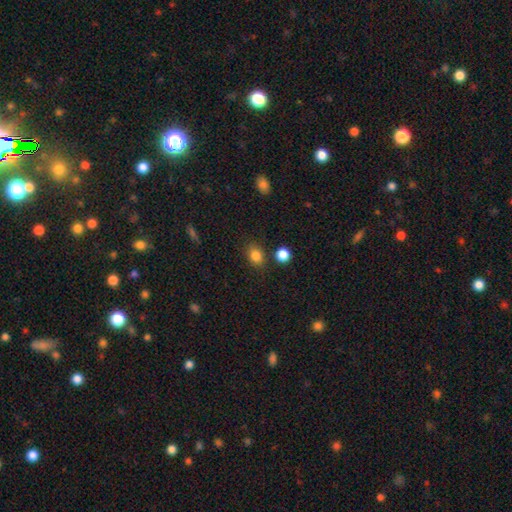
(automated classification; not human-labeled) Q: Smooth or featured?
A: smooth (84%); runner-up: star or artifact (11%)
Q: How rounded?
A: in between (52%); runner-up: round (47%)
Q: Merging?
A: none (79%); runner-up: minor disturbance (12%)